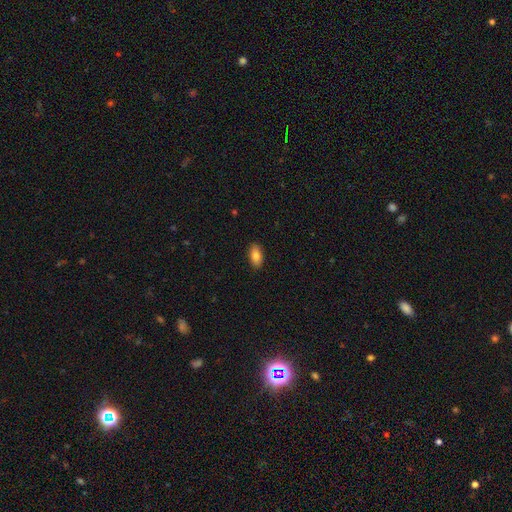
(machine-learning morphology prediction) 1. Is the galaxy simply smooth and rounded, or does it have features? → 84% smooth, 9% featured or disk, 7% star or artifact.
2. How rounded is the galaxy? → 90% in between, 7% cigar-shaped, 3% round.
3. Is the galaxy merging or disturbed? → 89% none, 8% minor disturbance, 2% major disturbance, 1% merger.